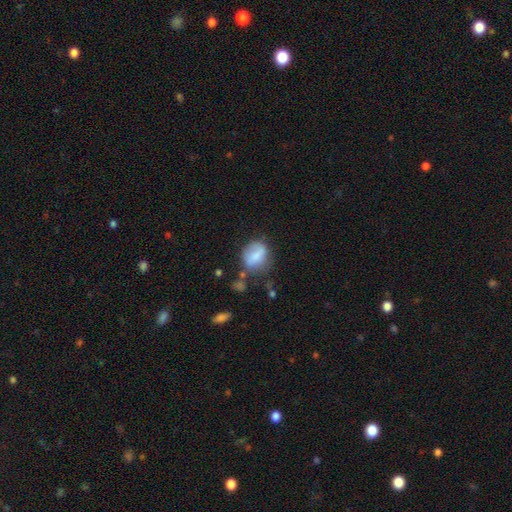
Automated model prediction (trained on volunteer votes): smooth-or-featured: smooth: 72% | featured or disk: 19% | star or artifact: 9%
  how-rounded: in between: 53% | round: 44% | cigar-shaped: 2%
  merging: none: 51% | minor disturbance: 28% | major disturbance: 14% | merger: 8%